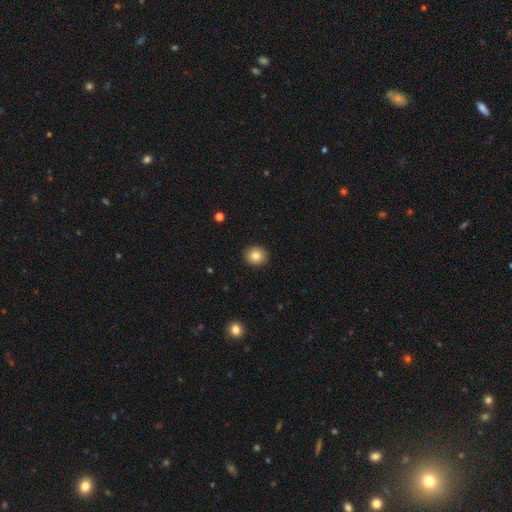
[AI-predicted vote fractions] smooth_or_featured: smooth (p=0.83) [alt: star or artifact p=0.09]
how_rounded: round (p=0.81) [alt: in between p=0.18]
merging: none (p=0.91) [alt: minor disturbance p=0.06]